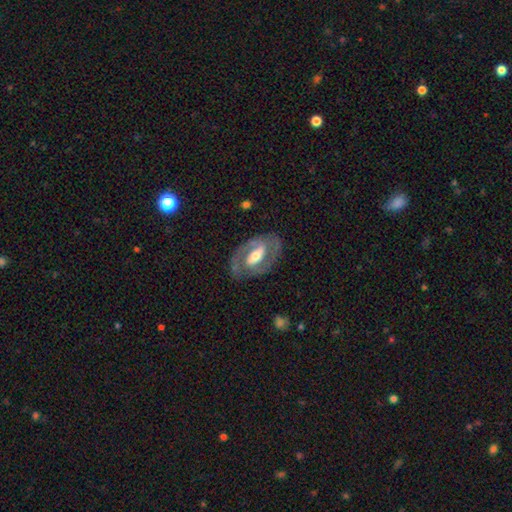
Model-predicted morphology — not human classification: smooth-or-featured: featured or disk: 77% | smooth: 19% | star or artifact: 5%
  disk-edge-on: no: 94% | yes: 6%
    bar: strong: 38% | weak: 34% | no: 28%
    has-spiral-arms: yes: 70% | no: 30%
      spiral-winding: medium: 43% | tight: 42% | loose: 15%
      spiral-arm-count: 2: 78% | can't tell: 11% | 1: 8% | 3: 1% | 4: 1% | more than 4: 1%
    bulge-size: moderate: 61% | small: 21% | large: 16% | dominant: 2% | none: 1%
  merging: none: 76% | minor disturbance: 14% | major disturbance: 8% | merger: 1%